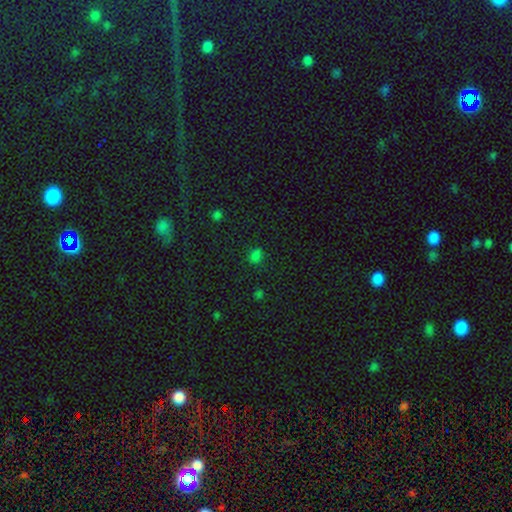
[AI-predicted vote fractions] A smooth galaxy with no disk features (69%) that is in between round and cigar-shaped (49%, tied with round). Merging: none (79%).